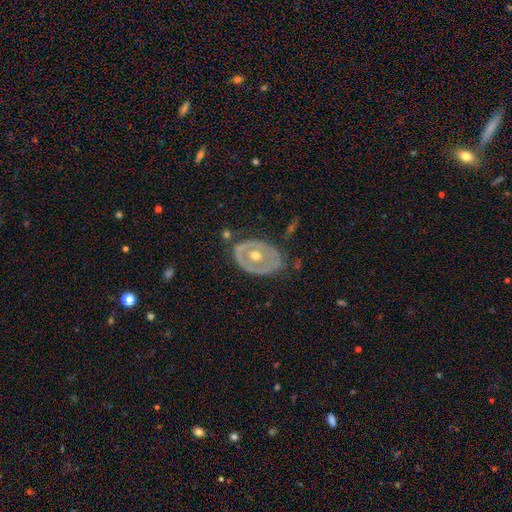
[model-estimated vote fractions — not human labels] Overall: featured or disk (66%; smooth 28%). Edge-on disk: no (92%). Bar: no (87%). Spiral arms: no (86%). Bulge size: moderate (74%). Merging: none (69%).